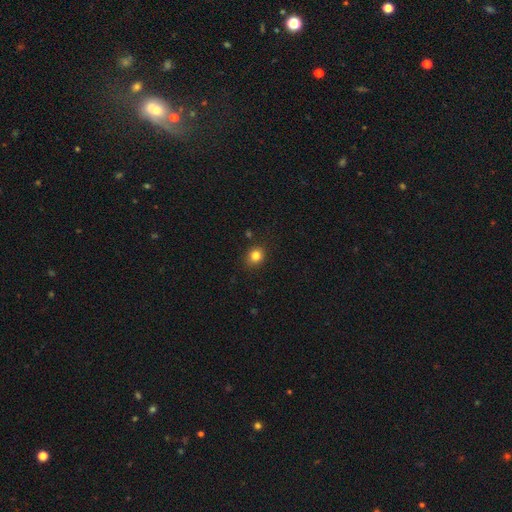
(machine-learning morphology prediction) smooth_or_featured: smooth (p=0.82) [alt: star or artifact p=0.12]
how_rounded: round (p=0.78) [alt: in between p=0.21]
merging: none (p=0.87) [alt: minor disturbance p=0.09]